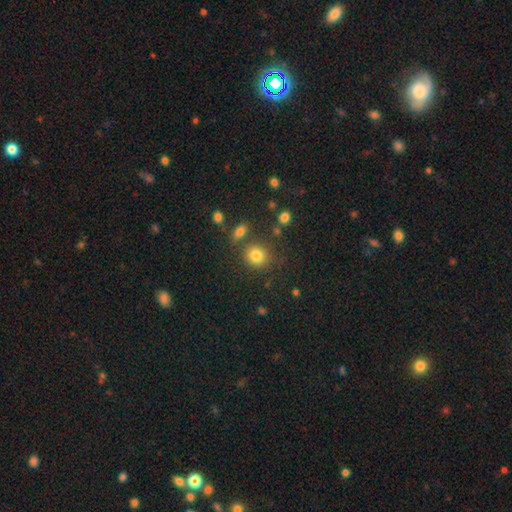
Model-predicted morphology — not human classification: This is clearly a smooth galaxy (82%). How rounded: clearly round (80%). Merging: likely none (74%).